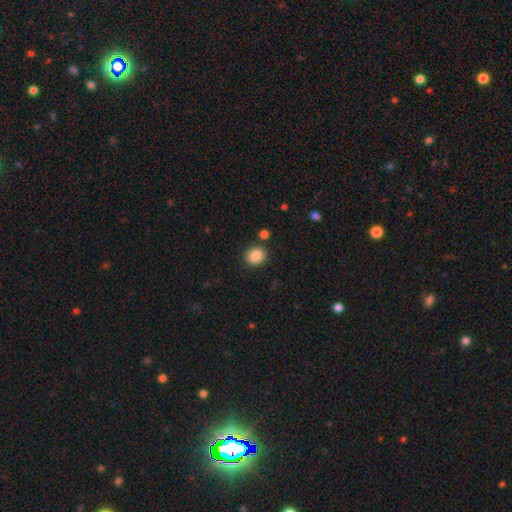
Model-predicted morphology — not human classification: Smooth or featured? Predicted: smooth (p=0.86). How rounded? Predicted: round (p=0.67). Merging? Predicted: none (p=0.86).